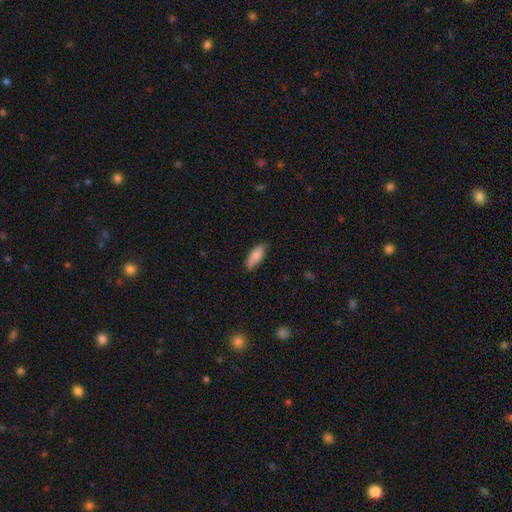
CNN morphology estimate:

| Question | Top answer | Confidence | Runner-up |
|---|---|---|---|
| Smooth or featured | smooth | 84% | featured or disk (10%) |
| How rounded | in between | 68% | cigar-shaped (31%) |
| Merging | none | 78% | minor disturbance (18%) |